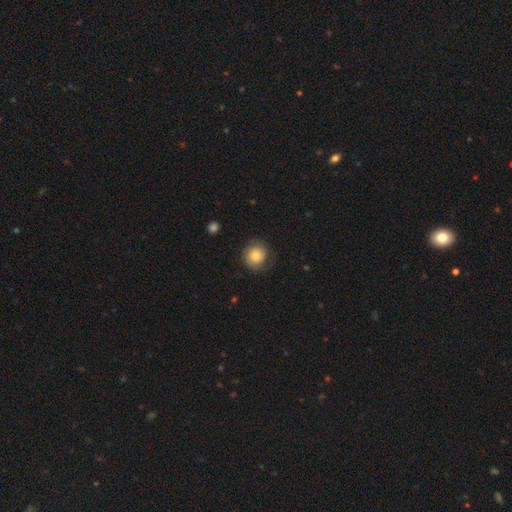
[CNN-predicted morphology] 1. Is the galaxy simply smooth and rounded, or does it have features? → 72% smooth, 20% featured or disk, 8% star or artifact.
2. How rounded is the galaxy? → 89% round, 10% in between, 1% cigar-shaped.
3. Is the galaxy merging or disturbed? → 75% none, 17% minor disturbance, 7% major disturbance, 1% merger.